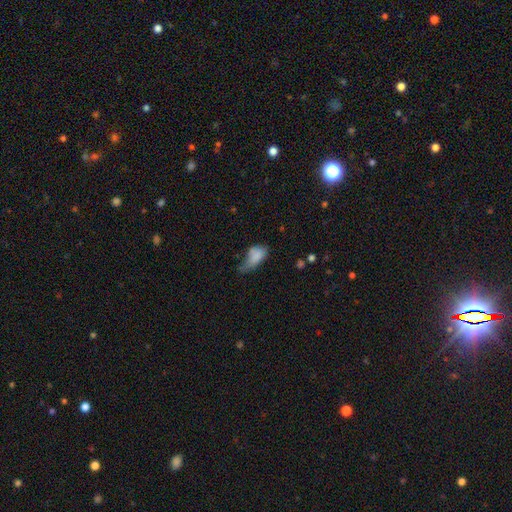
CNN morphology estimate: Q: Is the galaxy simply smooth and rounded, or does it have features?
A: smooth — 77%.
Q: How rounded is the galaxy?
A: in between — 90%.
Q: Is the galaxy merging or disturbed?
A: minor disturbance — 39%.